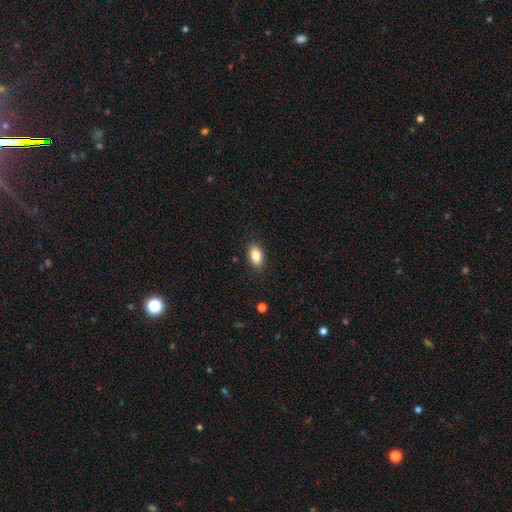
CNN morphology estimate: The model was most divided on "merging": none: 87%, minor disturbance: 9%, major disturbance: 2%, merger: 1%. More confident: how rounded — in between (91%); smooth or featured — smooth (86%).